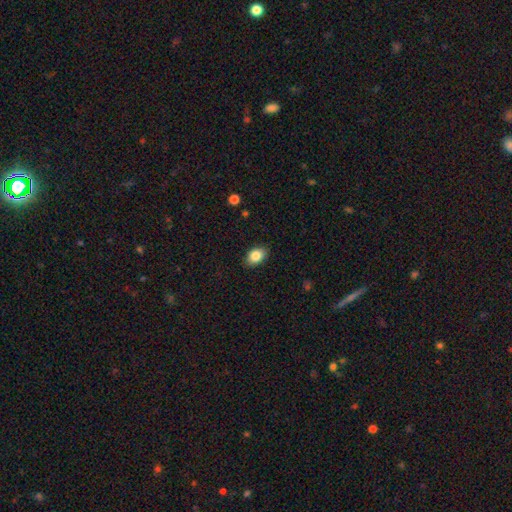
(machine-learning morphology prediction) The model was most divided on "how rounded": in between: 81%, round: 18%, cigar-shaped: 1%. More confident: merging — none (87%); smooth or featured — smooth (86%).